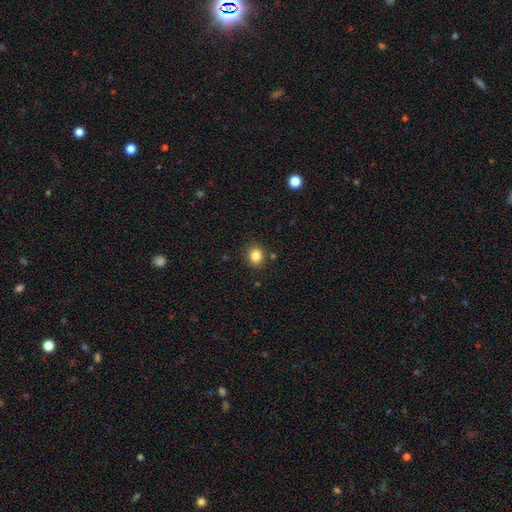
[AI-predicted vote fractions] smooth-or-featured: smooth: 84% | star or artifact: 11% | featured or disk: 6%
  how-rounded: round: 68% | in between: 31% | cigar-shaped: 1%
  merging: none: 86% | minor disturbance: 9% | merger: 3% | major disturbance: 2%